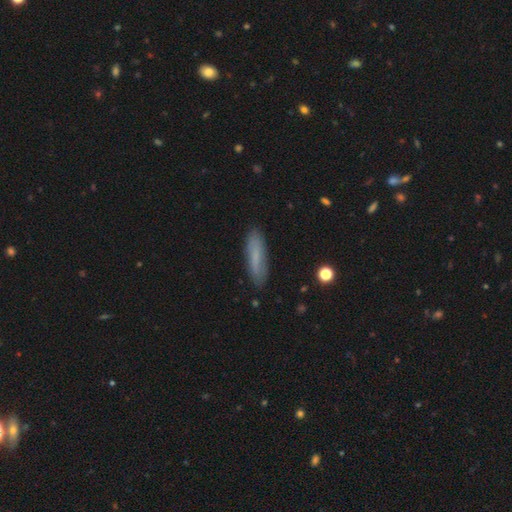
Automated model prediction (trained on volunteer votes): Smooth or featured? Predicted: smooth (p=0.72). How rounded? Predicted: cigar-shaped (p=0.77). Merging? Predicted: none (p=0.85).